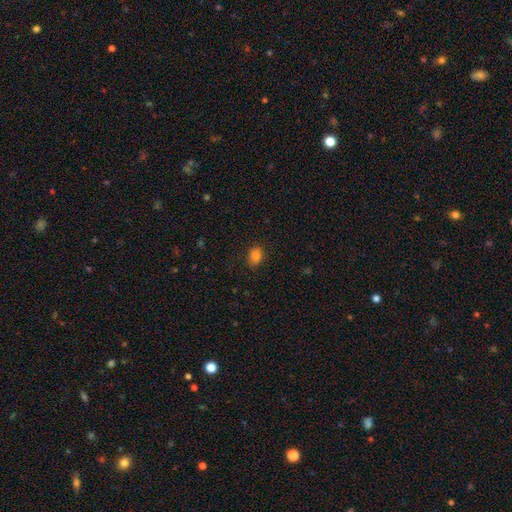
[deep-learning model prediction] Overall: smooth (84%). How rounded: in between (67%; round 32%). Merging: none (83%).